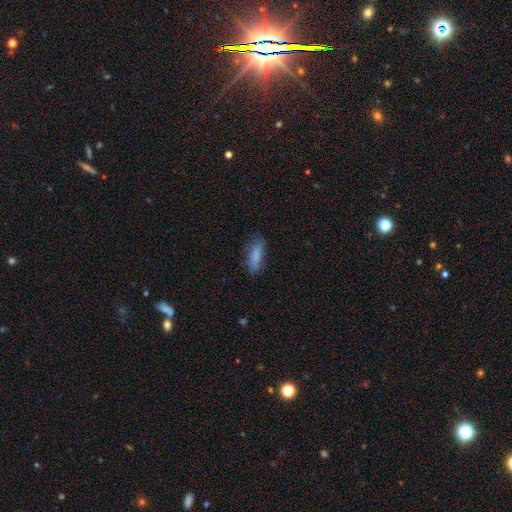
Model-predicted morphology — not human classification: Smooth or featured? Predicted: smooth (p=0.83). How rounded? Predicted: in between (p=0.54). Merging? Predicted: none (p=0.74).